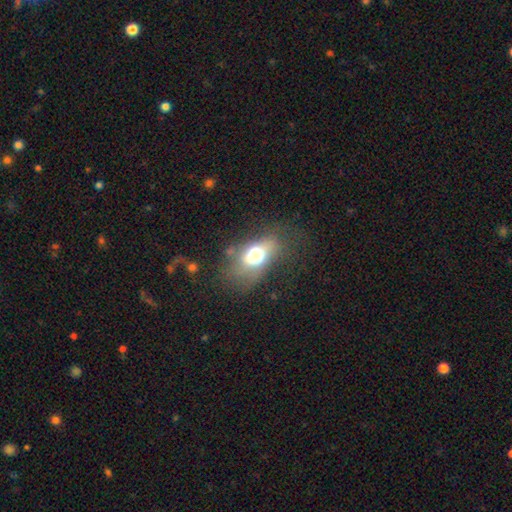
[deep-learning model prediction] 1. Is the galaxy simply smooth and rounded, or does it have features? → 61% smooth, 25% featured or disk, 14% star or artifact.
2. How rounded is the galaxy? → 79% in between, 18% round, 3% cigar-shaped.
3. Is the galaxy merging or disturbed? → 45% none, 25% minor disturbance, 24% major disturbance, 5% merger.